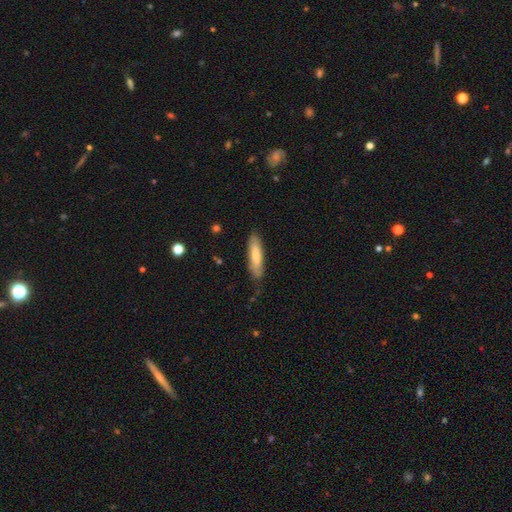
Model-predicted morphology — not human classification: smooth_or_featured: smooth (p=0.73) [alt: featured or disk p=0.22]
how_rounded: cigar-shaped (p=0.73) [alt: in between p=0.26]
merging: none (p=0.75) [alt: minor disturbance p=0.19]